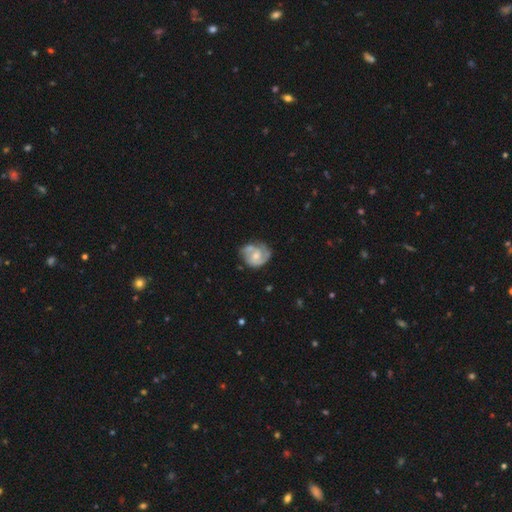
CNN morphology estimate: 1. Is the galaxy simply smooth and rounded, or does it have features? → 75% featured or disk, 19% smooth, 5% star or artifact.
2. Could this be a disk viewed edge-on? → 98% no, 2% yes.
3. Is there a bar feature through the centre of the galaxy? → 57% no, 37% weak, 6% strong.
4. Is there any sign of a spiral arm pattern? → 90% yes, 10% no.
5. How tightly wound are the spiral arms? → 44% medium, 41% tight, 14% loose.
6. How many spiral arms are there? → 71% 2, 12% can't tell, 7% 3, 7% 1, 1% 4, 1% more than 4.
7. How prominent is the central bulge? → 53% moderate, 39% small, 4% none, 3% large, 1% dominant.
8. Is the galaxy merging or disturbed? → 57% none, 25% minor disturbance, 9% major disturbance, 8% merger.